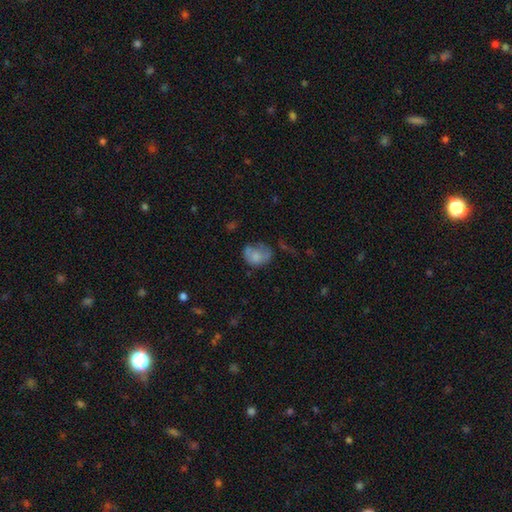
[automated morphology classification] Q: Smooth or featured?
A: smooth (69%); runner-up: featured or disk (22%)
Q: How rounded?
A: in between (57%); runner-up: round (42%)
Q: Merging?
A: none (36%); runner-up: minor disturbance (32%)